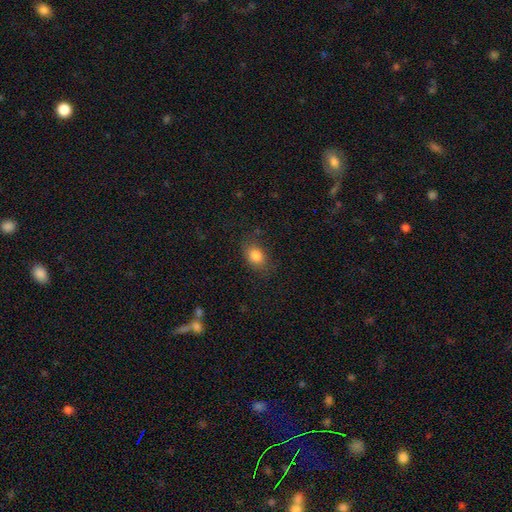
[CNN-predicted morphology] type=smooth (83%); roundness=in between (74%); merging=none (77%).